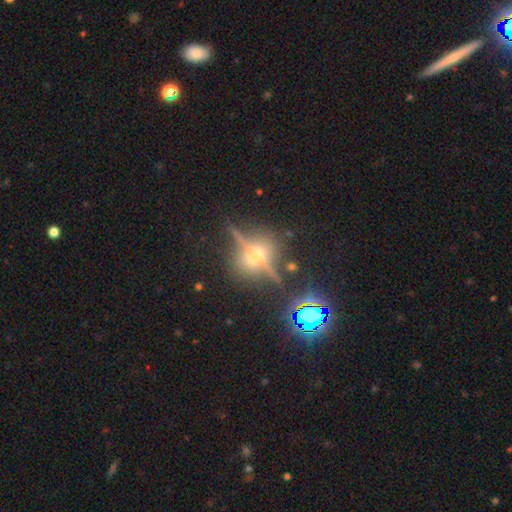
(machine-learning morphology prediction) Q: Smooth or featured?
A: featured or disk (55%); runner-up: star or artifact (29%)
Q: Edge-on disk?
A: yes (83%); runner-up: no (17%)
Q: Merging?
A: none (77%); runner-up: minor disturbance (13%)